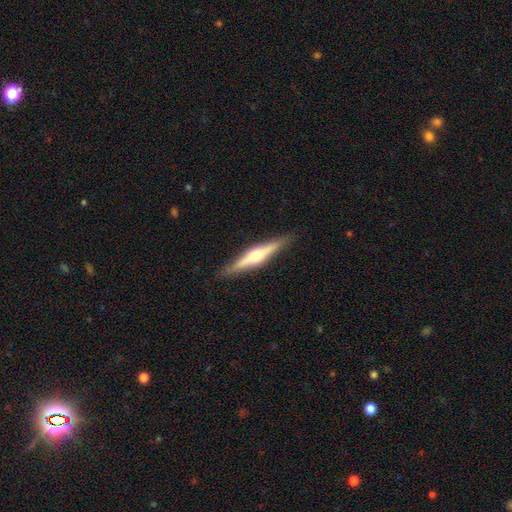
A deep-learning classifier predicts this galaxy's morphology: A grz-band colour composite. It shows a featured or disk galaxy (67%) viewed edge-on (97%) with a rounded central bulge (84%). Merging: none (89%).